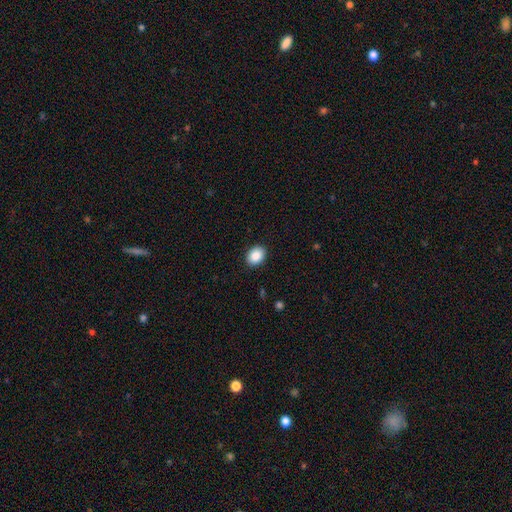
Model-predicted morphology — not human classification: Q: Smooth or featured?
A: smooth (89%); runner-up: star or artifact (8%)
Q: How rounded?
A: in between (65%); runner-up: round (35%)
Q: Merging?
A: none (90%); runner-up: minor disturbance (7%)